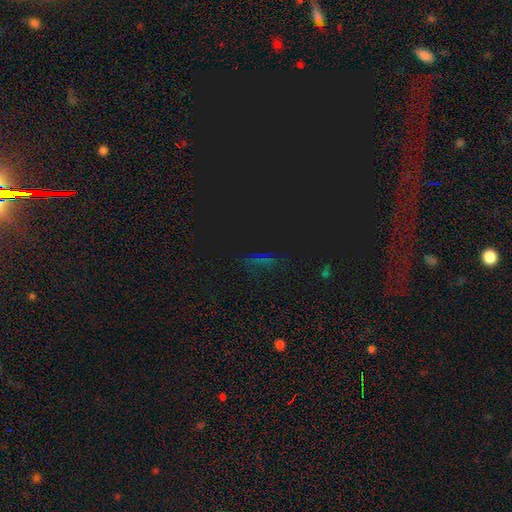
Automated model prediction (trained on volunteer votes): star or artifact 70%, smooth 18%, featured or disk 12%.